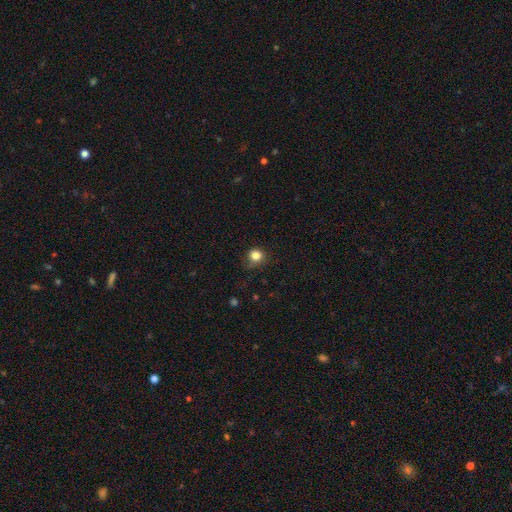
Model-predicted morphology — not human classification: Smooth or featured? smooth (82%)
How rounded? round (86%)
Merging? none (74%)